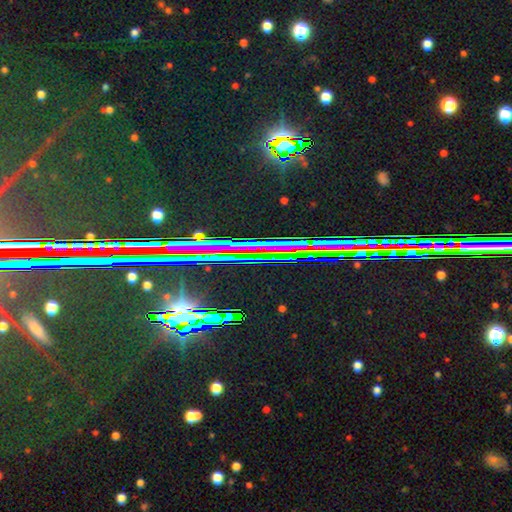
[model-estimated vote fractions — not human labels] The model was most divided on "smooth or featured": star or artifact: 79%, featured or disk: 12%, smooth: 9%.